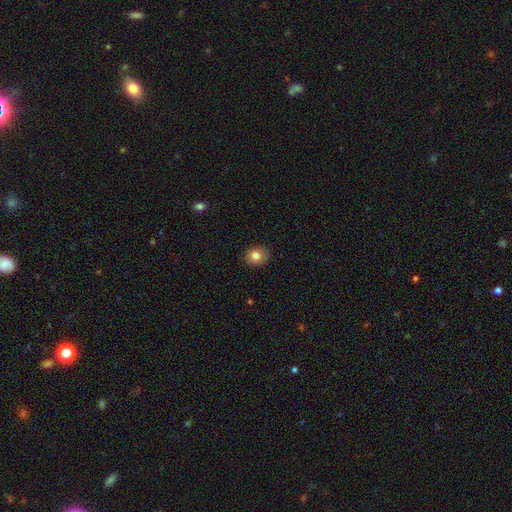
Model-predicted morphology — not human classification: The model was most divided on "how rounded": round: 63%, in between: 36%, cigar-shaped: 1%. More confident: merging — none (88%); smooth or featured — smooth (82%).